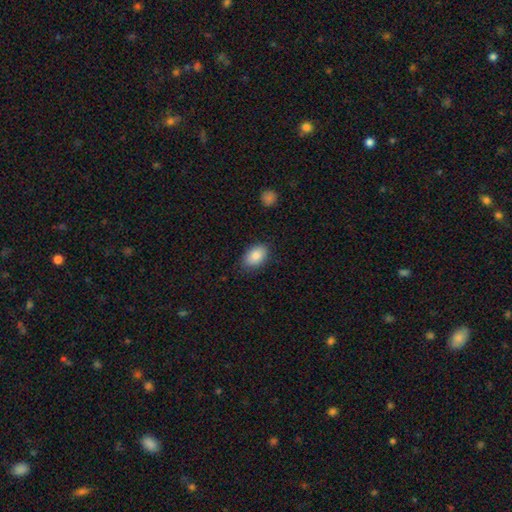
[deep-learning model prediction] smooth-or-featured: smooth: 87% | star or artifact: 7% | featured or disk: 6%
  how-rounded: in between: 89% | round: 10% | cigar-shaped: 1%
  merging: none: 83% | minor disturbance: 13% | major disturbance: 3% | merger: 1%